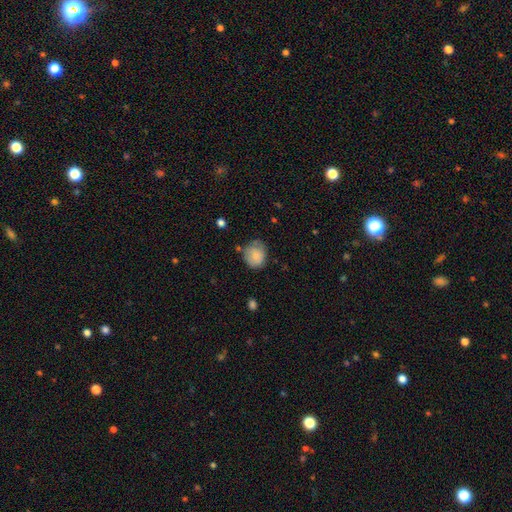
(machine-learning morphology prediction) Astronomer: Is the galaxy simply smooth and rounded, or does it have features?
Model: smooth — 81%.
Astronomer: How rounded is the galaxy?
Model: round — 64%.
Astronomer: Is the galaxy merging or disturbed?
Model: none — 58%.